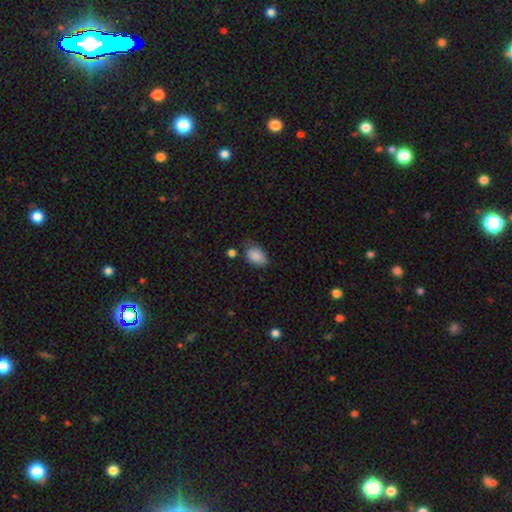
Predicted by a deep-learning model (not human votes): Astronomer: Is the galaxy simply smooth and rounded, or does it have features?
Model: smooth — 87%.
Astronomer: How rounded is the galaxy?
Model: in between — 87%.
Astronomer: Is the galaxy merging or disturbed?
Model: none — 60%.